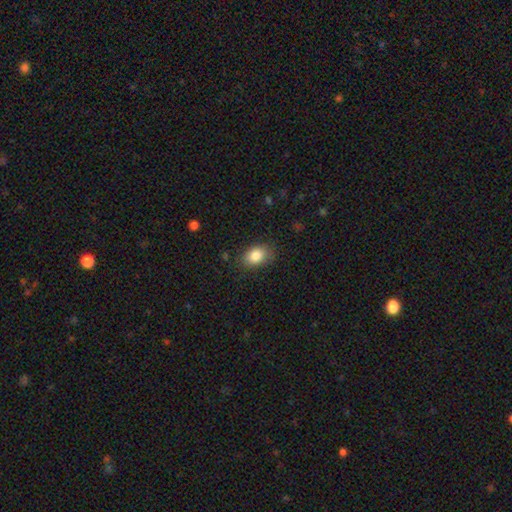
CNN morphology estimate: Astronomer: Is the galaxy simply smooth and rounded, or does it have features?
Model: smooth — 84%.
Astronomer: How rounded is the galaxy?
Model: in between — 80%.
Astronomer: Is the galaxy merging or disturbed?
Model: none — 81%.